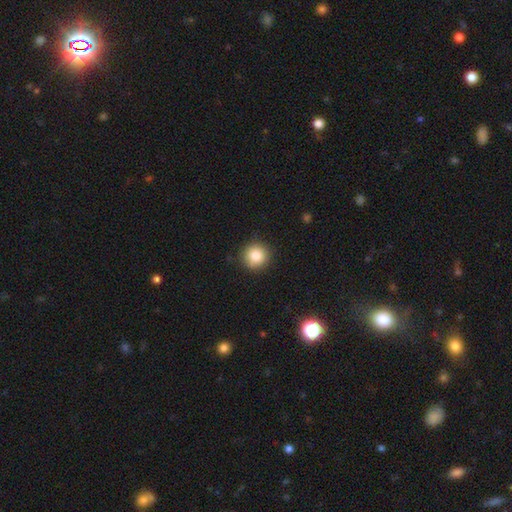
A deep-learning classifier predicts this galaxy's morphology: Smooth or featured?
  - smooth: 84% *
  - star or artifact: 10%
  - featured or disk: 6%
How rounded?
  - round: 94% *
  - in between: 5%
  - cigar-shaped: 1%
Merging?
  - none: 89% *
  - minor disturbance: 8%
  - major disturbance: 2%
  - merger: 1%